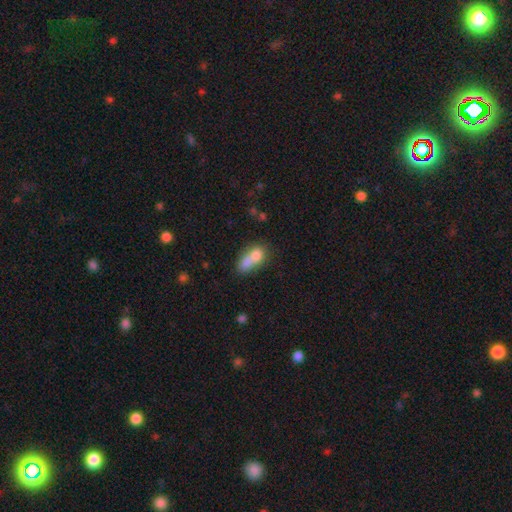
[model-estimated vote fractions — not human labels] A smooth galaxy with no disk features (71%) that is in between round and cigar-shaped (66%).

Vote fractions:
- Smooth or featured? smooth: 71% / featured or disk: 19% / star or artifact: 10%
- How rounded? in between: 66% / round: 26% / cigar-shaped: 8%
- Merging? merger: 63% / none: 21% / minor disturbance: 9% / major disturbance: 6%